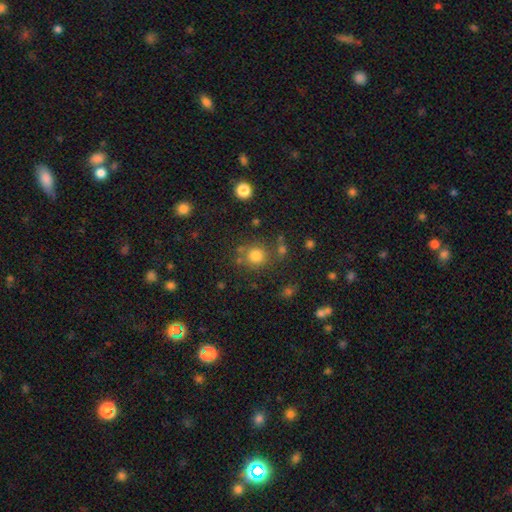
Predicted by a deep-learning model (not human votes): Overall: smooth (78%). How rounded: round (89%). Merging: none (74%).